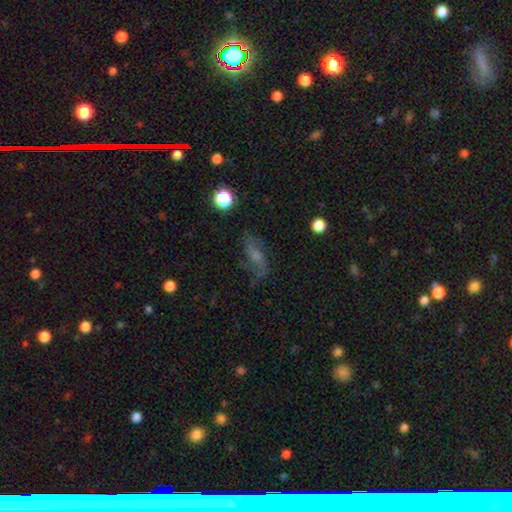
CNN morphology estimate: Smooth or featured? Predicted: featured or disk (p=0.55). Edge-on disk? Predicted: no (p=0.87). Merging? Predicted: none (p=0.65).